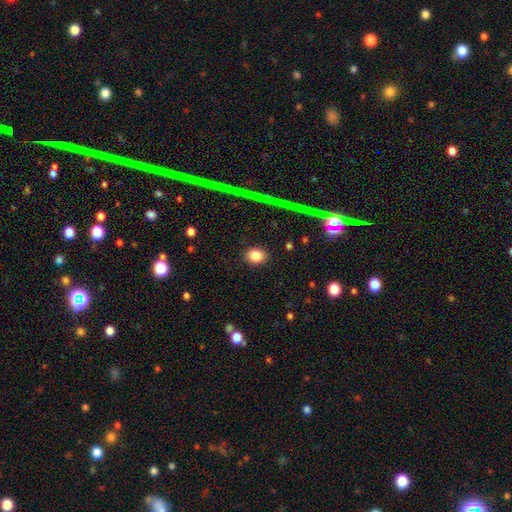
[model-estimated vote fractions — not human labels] smooth 84%, star or artifact 10%, featured or disk 6%. Down the decision tree: how rounded — round (69%); merging — none (90%).